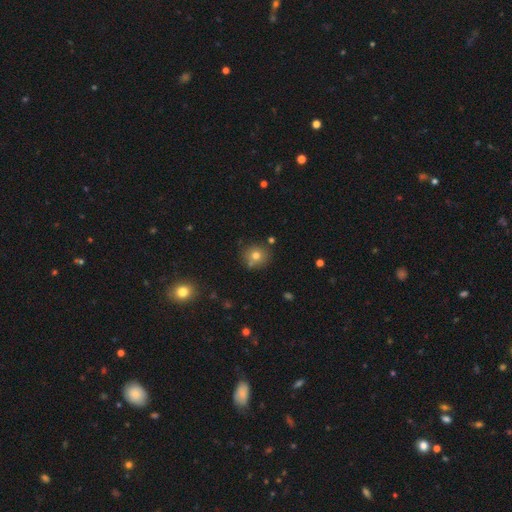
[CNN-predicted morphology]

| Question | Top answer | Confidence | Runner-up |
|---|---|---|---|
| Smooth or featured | smooth | 73% | star or artifact (15%) |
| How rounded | round | 89% | in between (10%) |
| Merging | none | 78% | minor disturbance (11%) |